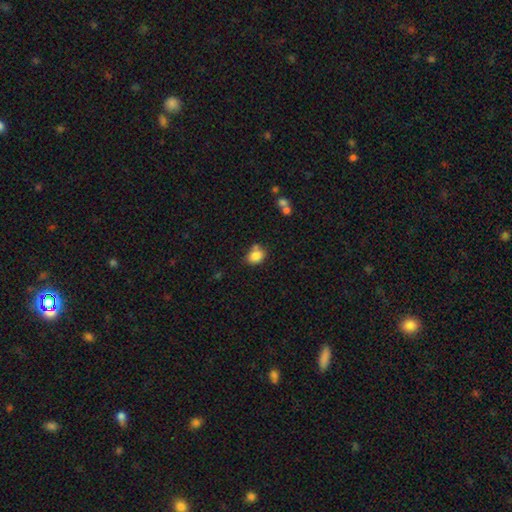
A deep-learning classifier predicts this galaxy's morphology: Smooth or featured?
  - smooth: 83% *
  - star or artifact: 10%
  - featured or disk: 7%
How rounded?
  - in between: 51% *
  - round: 48%
  - cigar-shaped: 1%
Merging?
  - none: 60% *
  - minor disturbance: 21%
  - merger: 15%
  - major disturbance: 5%